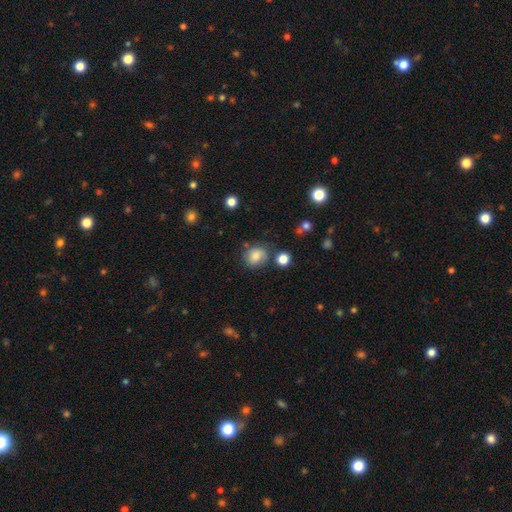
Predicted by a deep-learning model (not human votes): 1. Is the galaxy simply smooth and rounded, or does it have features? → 77% smooth, 12% featured or disk, 11% star or artifact.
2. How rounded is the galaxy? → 67% round, 32% in between, 1% cigar-shaped.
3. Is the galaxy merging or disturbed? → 66% none, 21% minor disturbance, 7% major disturbance, 6% merger.